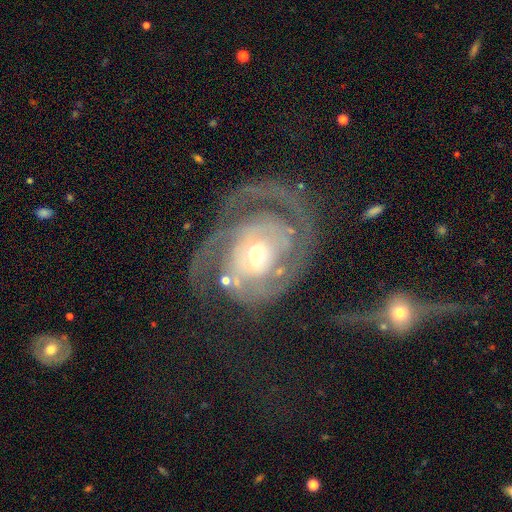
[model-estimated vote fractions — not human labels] Morphology: type=featured or disk (87%); edge-on=no (97%); bar=no (70%); spiral arms=yes (93%); winding=tight (56%); arm count=2 (59%); bulge=moderate (59%); merging=none (57%).